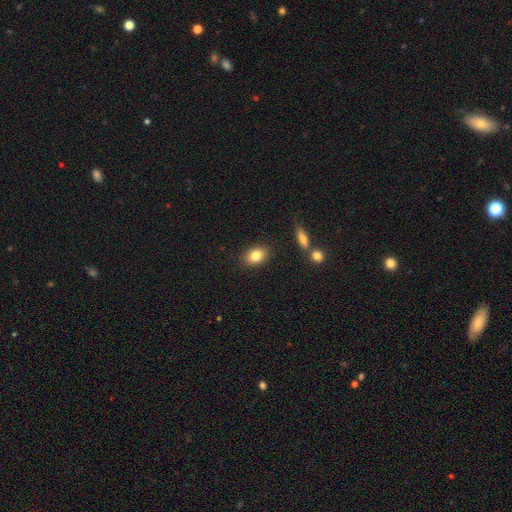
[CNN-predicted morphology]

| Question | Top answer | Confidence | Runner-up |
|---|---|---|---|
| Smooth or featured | smooth | 82% | featured or disk (9%) |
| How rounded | in between | 78% | round (20%) |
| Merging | none | 85% | minor disturbance (10%) |